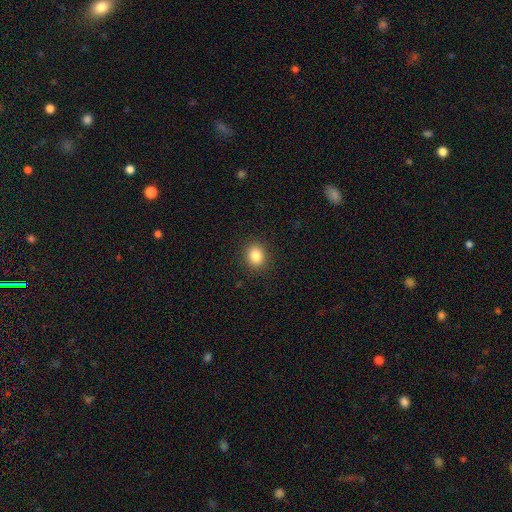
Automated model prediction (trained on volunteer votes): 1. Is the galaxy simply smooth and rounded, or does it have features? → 84% smooth, 11% star or artifact, 6% featured or disk.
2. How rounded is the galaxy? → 71% round, 28% in between, 1% cigar-shaped.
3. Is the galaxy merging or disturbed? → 90% none, 6% minor disturbance, 2% major disturbance, 1% merger.